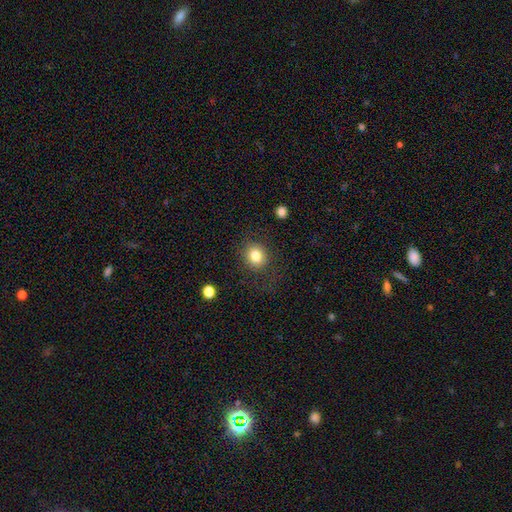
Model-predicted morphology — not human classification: type=smooth (81%); roundness=round (79%); merging=none (82%).